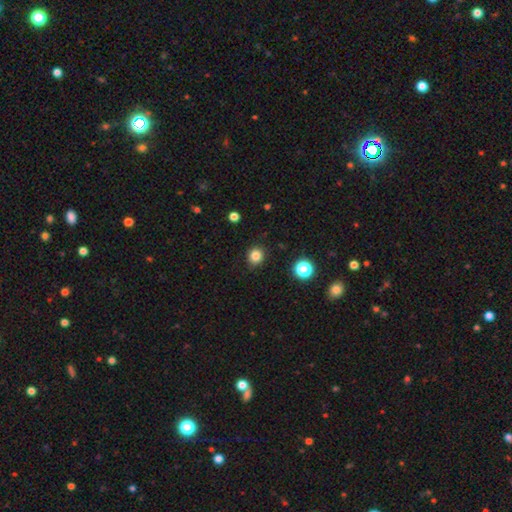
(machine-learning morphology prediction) smooth-or-featured: smooth: 83% | star or artifact: 13% | featured or disk: 5%
  how-rounded: round: 82% | in between: 17% | cigar-shaped: 1%
  merging: none: 88% | minor disturbance: 9% | major disturbance: 2% | merger: 1%